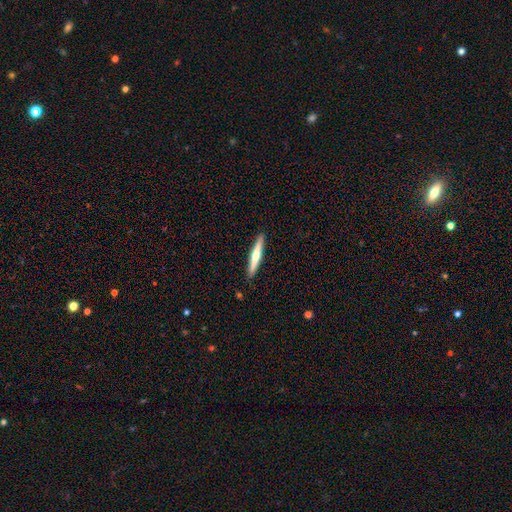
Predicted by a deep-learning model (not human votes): A featured or disk galaxy (57%) viewed edge-on (97%) with a rounded central bulge (85%).

Vote fractions:
- Smooth or featured? featured or disk: 57% / smooth: 38% / star or artifact: 5%
- Edge-on disk? yes: 97% / no: 3%
- Edge-on bulge? rounded: 85% / none: 12% / boxy: 3%
- Merging? none: 91% / minor disturbance: 7% / major disturbance: 1% / merger: 1%